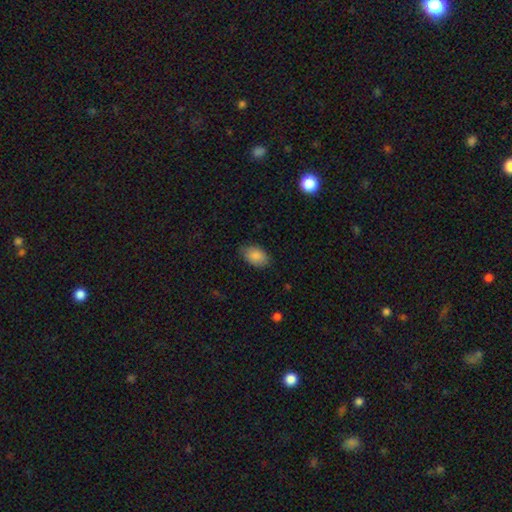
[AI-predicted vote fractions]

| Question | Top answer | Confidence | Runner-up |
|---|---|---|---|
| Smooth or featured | smooth | 87% | star or artifact (7%) |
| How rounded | in between | 90% | round (9%) |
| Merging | none | 77% | minor disturbance (19%) |